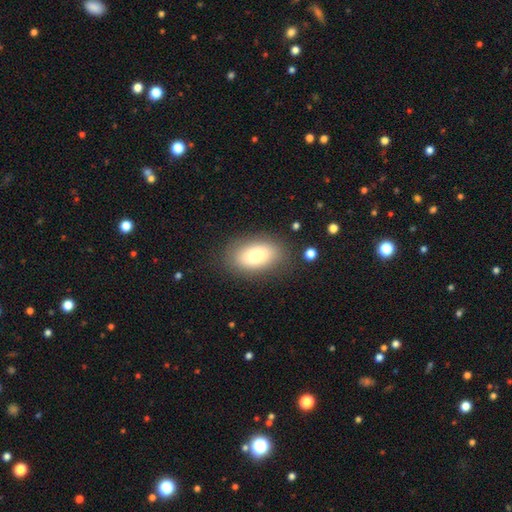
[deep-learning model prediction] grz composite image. It shows a smooth galaxy with no disk features (80%) that is in between round and cigar-shaped (90%). Merging: none (80%).